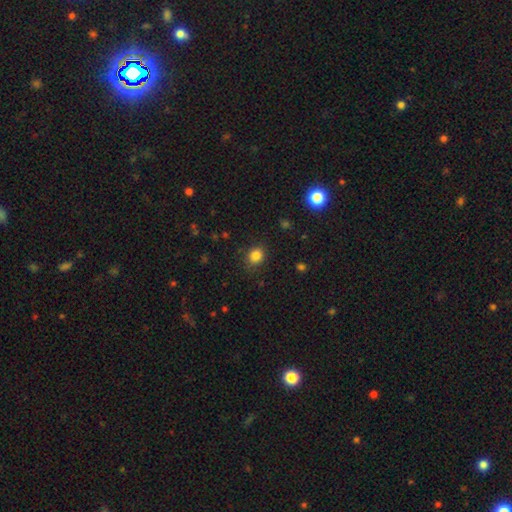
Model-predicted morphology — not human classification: Q: Smooth or featured?
A: smooth (84%); runner-up: star or artifact (12%)
Q: How rounded?
A: round (64%); runner-up: in between (35%)
Q: Merging?
A: none (83%); runner-up: minor disturbance (12%)